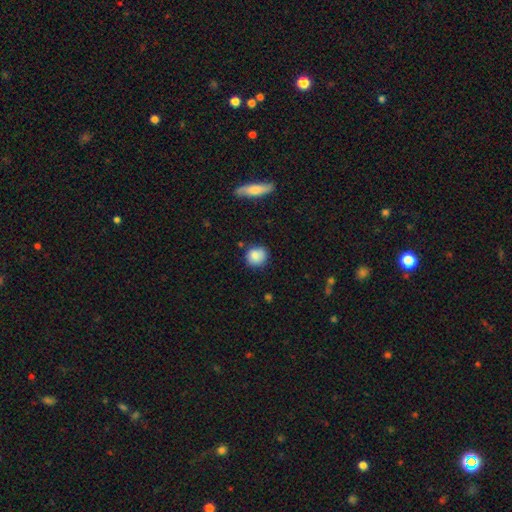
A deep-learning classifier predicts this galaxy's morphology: smooth 84%, star or artifact 8%, featured or disk 8%. Down the decision tree: how rounded — round (83%); merging — none (77%).